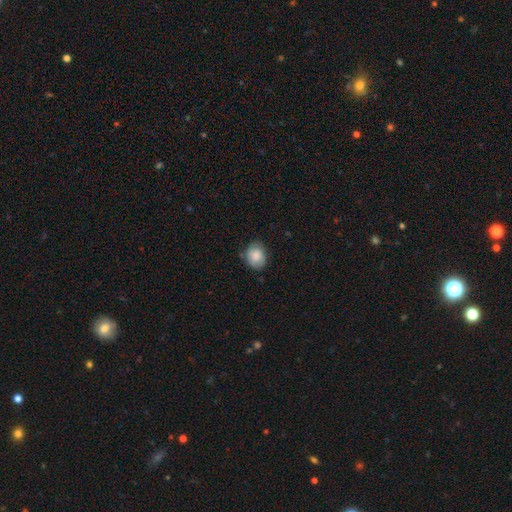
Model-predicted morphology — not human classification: smooth 83%, featured or disk 10%, star or artifact 7%. Down the decision tree: how rounded — round (54%); merging — none (70%).